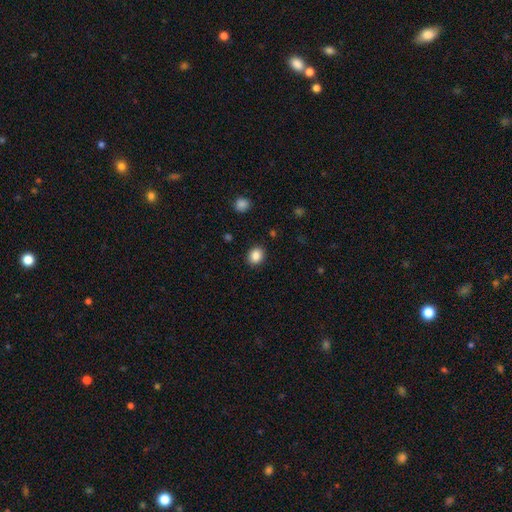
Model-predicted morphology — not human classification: smooth-or-featured: smooth: 86% | star or artifact: 10% | featured or disk: 4%
  how-rounded: round: 69% | in between: 30% | cigar-shaped: 1%
  merging: none: 89% | minor disturbance: 7% | major disturbance: 2% | merger: 1%